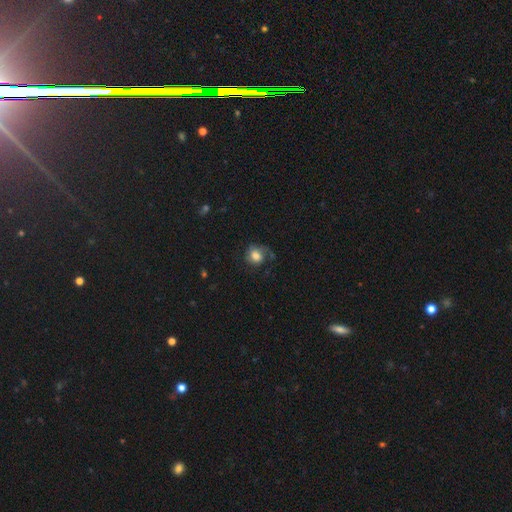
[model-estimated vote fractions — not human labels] A smooth galaxy with no disk features (66%) that is round (65%). Merging: none (49%).